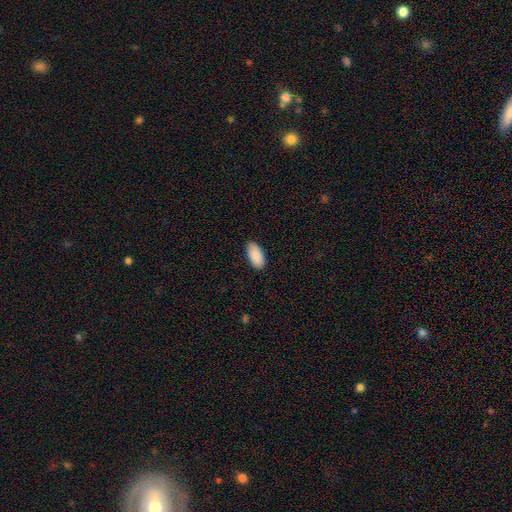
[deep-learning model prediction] Smooth or featured? smooth (91%)
How rounded? in between (94%)
Merging? none (87%)